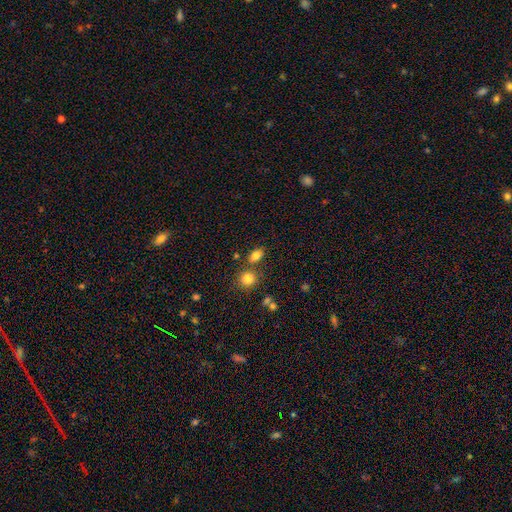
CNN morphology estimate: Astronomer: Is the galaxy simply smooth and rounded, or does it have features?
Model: smooth — 82%.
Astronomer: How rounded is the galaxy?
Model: in between — 79%.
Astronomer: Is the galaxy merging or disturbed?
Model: none — 67%.